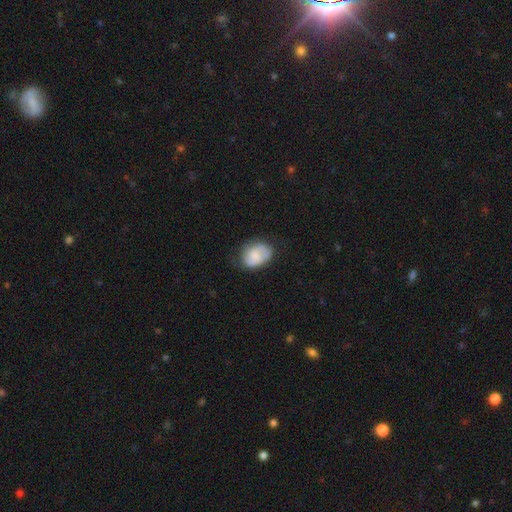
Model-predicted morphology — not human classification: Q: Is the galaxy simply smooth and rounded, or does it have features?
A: smooth — 59%.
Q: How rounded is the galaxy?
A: in between — 68%.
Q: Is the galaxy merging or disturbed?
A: none — 59%.